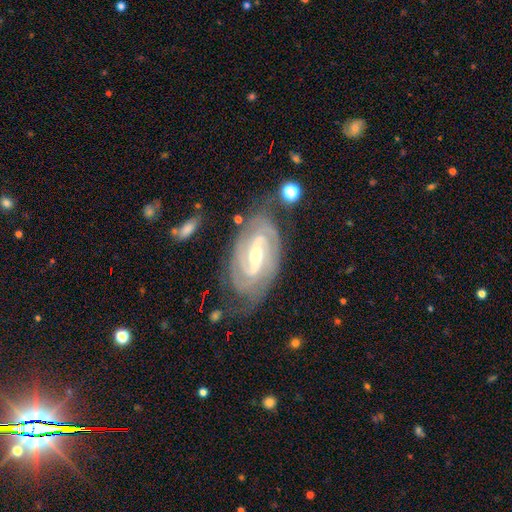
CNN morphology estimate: Smooth or featured? featured or disk (91%)
Edge-on disk? no (95%)
Bar? strong (47%)
Spiral arms? yes (97%)
Spiral winding? tight (65%)
Spiral arm count? 2 (60%)
Bulge size? moderate (53%)
Merging? none (70%)